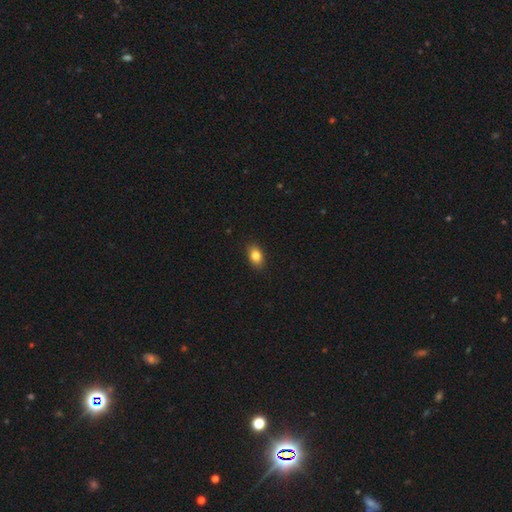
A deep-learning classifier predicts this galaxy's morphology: Smooth or featured?
  - smooth: 83% *
  - star or artifact: 9%
  - featured or disk: 8%
How rounded?
  - in between: 84% *
  - round: 14%
  - cigar-shaped: 2%
Merging?
  - none: 89% *
  - minor disturbance: 8%
  - major disturbance: 2%
  - merger: 1%